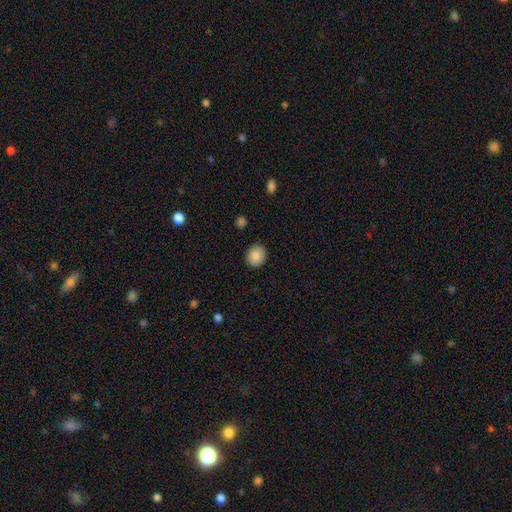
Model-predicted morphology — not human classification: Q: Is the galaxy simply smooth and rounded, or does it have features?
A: smooth — 88%.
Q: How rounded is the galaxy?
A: round — 57%.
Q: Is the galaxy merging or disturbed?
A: none — 87%.